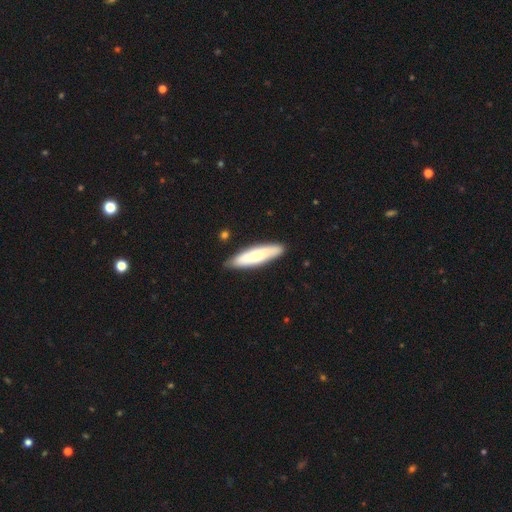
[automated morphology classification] Smooth or featured? smooth (61%)
How rounded? cigar-shaped (66%)
Merging? none (84%)